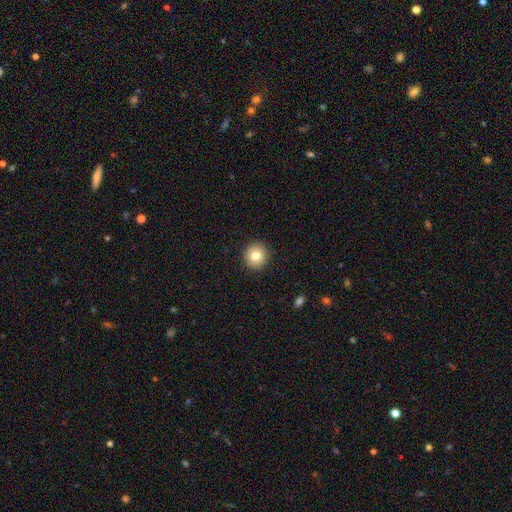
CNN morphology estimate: A smooth galaxy with no disk features (80%) that is round (93%). Merging: none (92%).